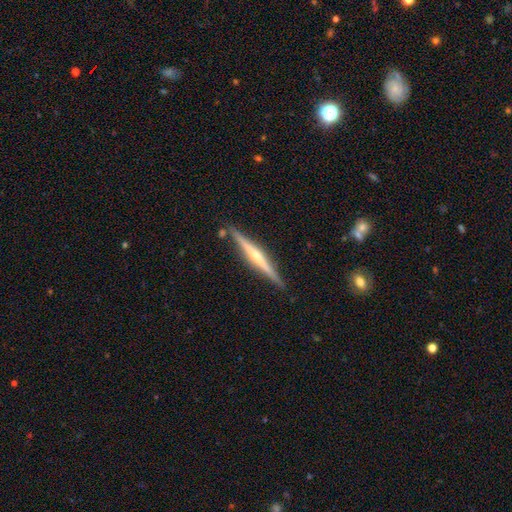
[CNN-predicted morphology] This appears to be a featured or disk galaxy (73%) viewed edge-on (98%) with a rounded central bulge (66%). Merging: none (89%).